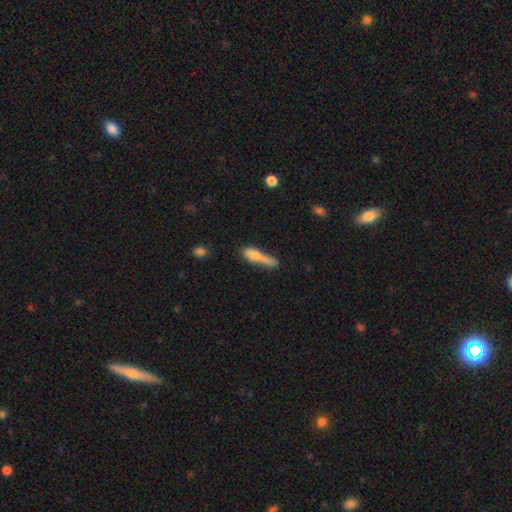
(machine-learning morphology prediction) Smooth or featured? Predicted: smooth (p=0.69). How rounded? Predicted: cigar-shaped (p=0.66). Merging? Predicted: none (p=0.31).